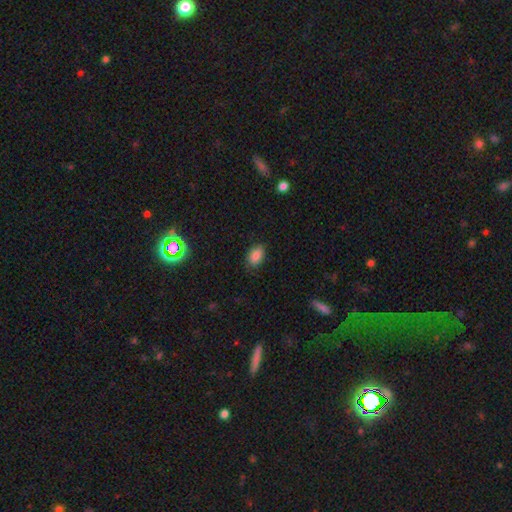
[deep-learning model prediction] Smooth or featured? smooth (85%)
How rounded? in between (88%)
Merging? none (83%)